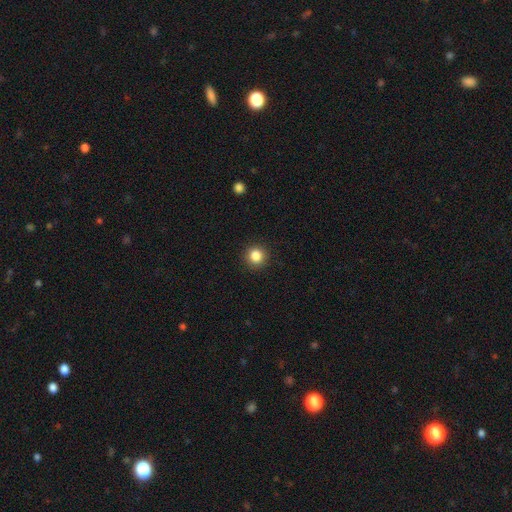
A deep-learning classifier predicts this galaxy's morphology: A smooth galaxy with no disk features (84%) that is round (94%).

Vote fractions:
- Smooth or featured? smooth: 84% / star or artifact: 11% / featured or disk: 5%
- How rounded? round: 94% / in between: 5% / cigar-shaped: 1%
- Merging? none: 92% / minor disturbance: 5% / major disturbance: 2% / merger: 1%